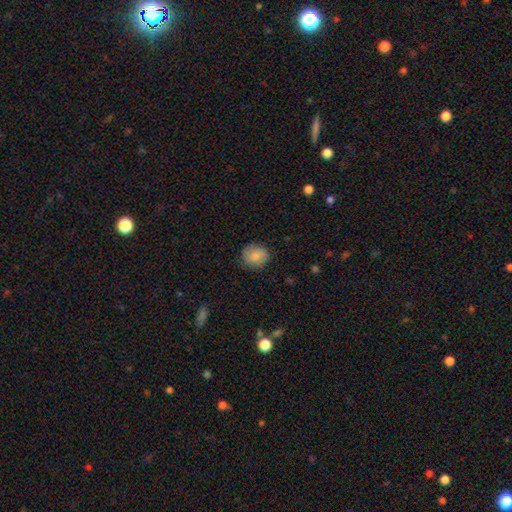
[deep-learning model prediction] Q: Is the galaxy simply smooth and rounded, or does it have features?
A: smooth — 84%.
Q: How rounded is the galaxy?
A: round — 81%.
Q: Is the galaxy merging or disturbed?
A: none — 85%.